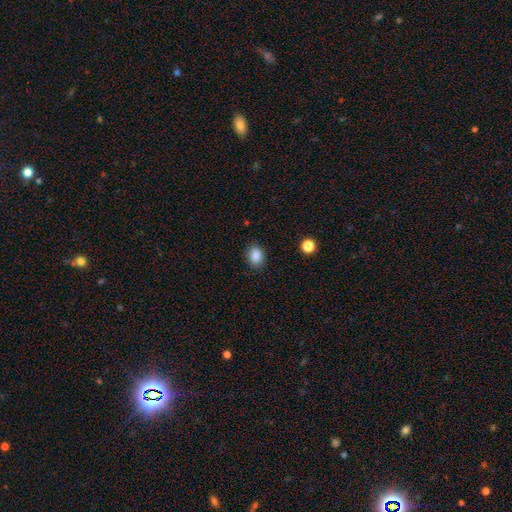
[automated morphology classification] smooth_or_featured: smooth (p=0.87) [alt: star or artifact p=0.09]
how_rounded: in between (p=0.59) [alt: round p=0.40]
merging: none (p=0.87) [alt: minor disturbance p=0.09]